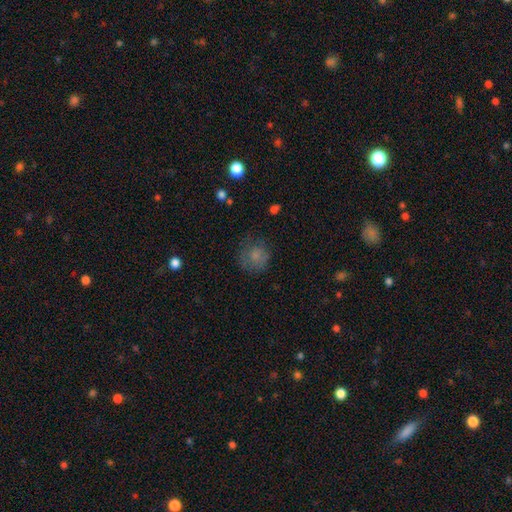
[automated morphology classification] Smooth or featured? Predicted: smooth (p=0.73). How rounded? Predicted: round (p=0.84). Merging? Predicted: none (p=0.64).